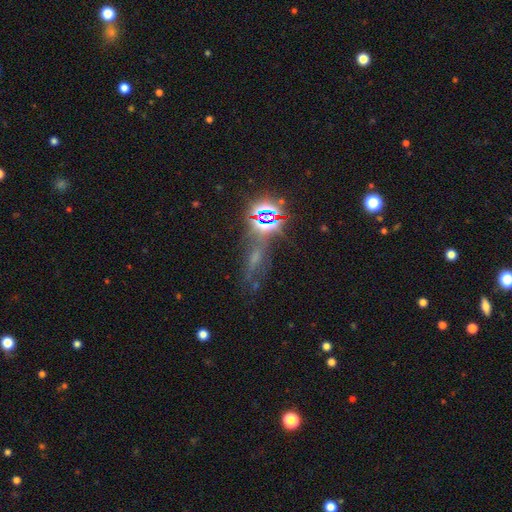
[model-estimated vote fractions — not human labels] smooth-or-featured: star or artifact: 52% | featured or disk: 25% | smooth: 23%